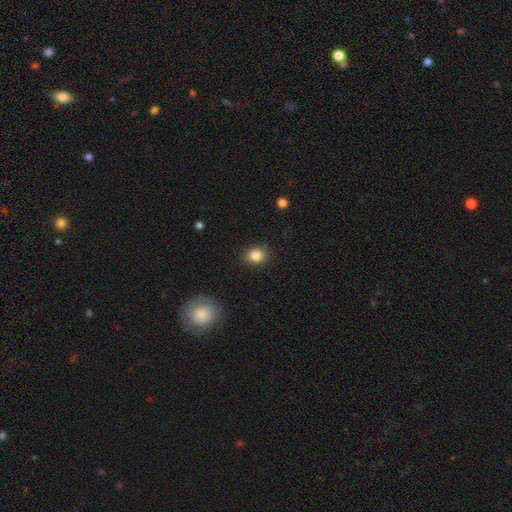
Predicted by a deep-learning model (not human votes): This is clearly a smooth galaxy (85%). How rounded: likely round (67%). Merging: clearly none (86%).